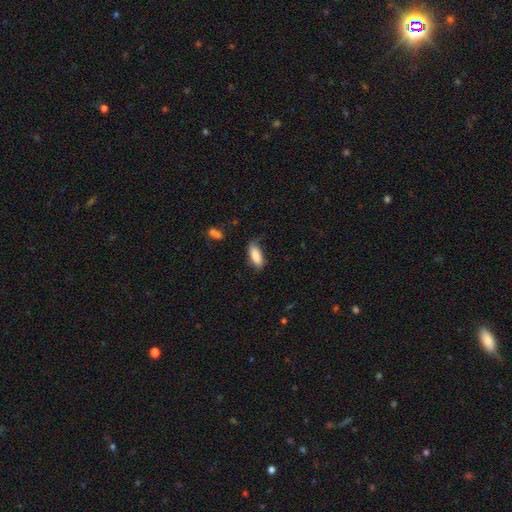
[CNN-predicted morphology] The model was most divided on "merging": none: 63%, minor disturbance: 28%, major disturbance: 8%, merger: 2%. More confident: smooth or featured — smooth (85%); how rounded — in between (77%).